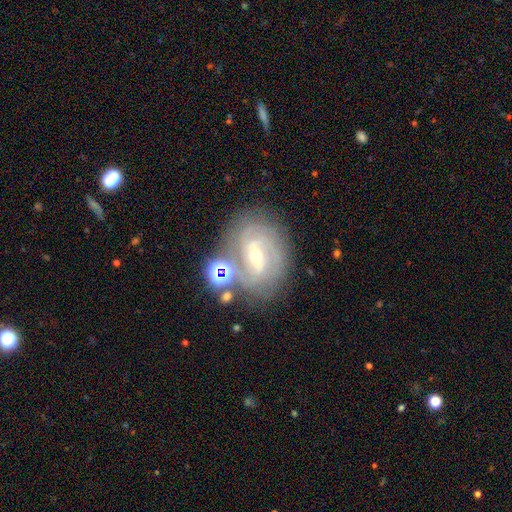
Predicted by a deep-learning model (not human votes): Morphology: type=featured or disk (82%); edge-on=no (96%); bar=weak (47%); spiral arms=yes (94%); winding=tight (59%); arm count=2 (28%); bulge=small (50%); merging=none (69%).